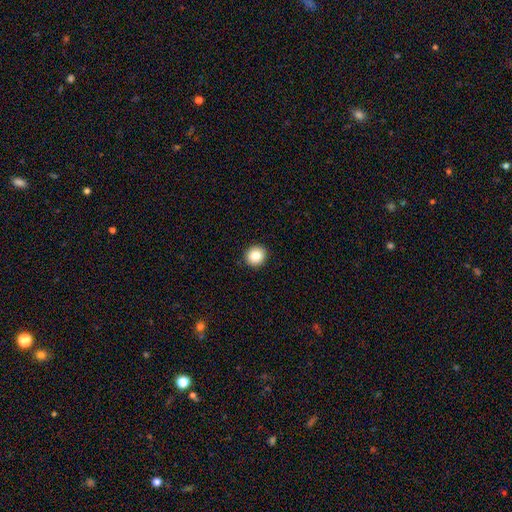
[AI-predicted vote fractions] Q: Smooth or featured?
A: smooth (84%); runner-up: star or artifact (9%)
Q: How rounded?
A: round (90%); runner-up: in between (9%)
Q: Merging?
A: none (93%); runner-up: minor disturbance (5%)